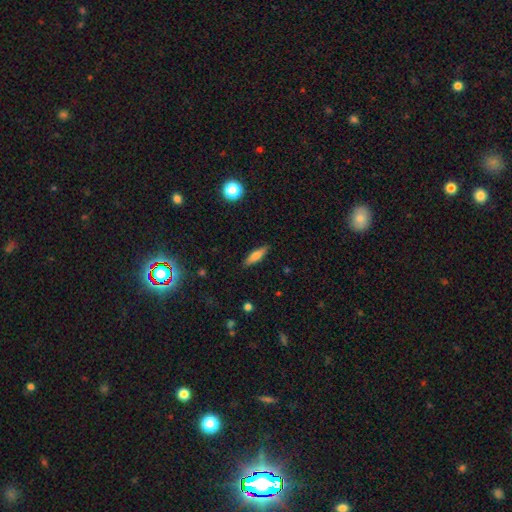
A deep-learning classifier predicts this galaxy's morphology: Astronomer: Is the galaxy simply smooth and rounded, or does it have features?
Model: smooth — 70%.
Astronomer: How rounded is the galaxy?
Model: cigar-shaped — 64%.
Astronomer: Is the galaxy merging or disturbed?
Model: none — 88%.